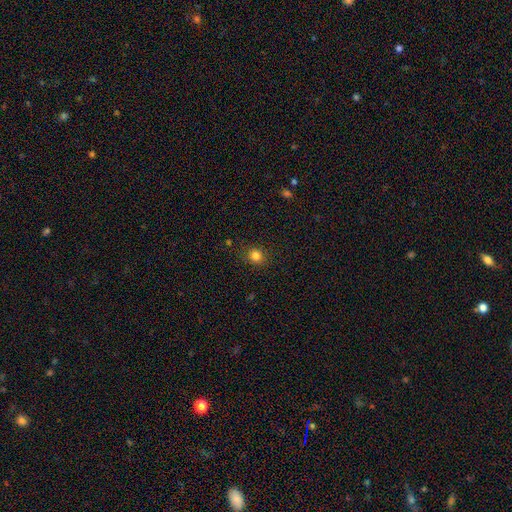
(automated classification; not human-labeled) A smooth galaxy with no disk features (82%) that is round (81%).

Vote fractions:
- Smooth or featured? smooth: 82% / star or artifact: 13% / featured or disk: 5%
- How rounded? round: 81% / in between: 18% / cigar-shaped: 1%
- Merging? none: 86% / minor disturbance: 10% / major disturbance: 3% / merger: 1%